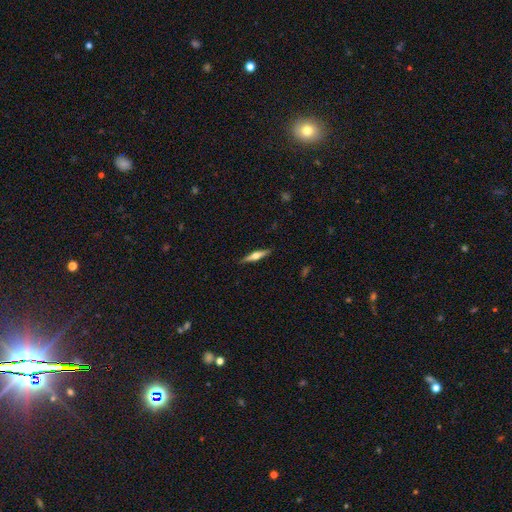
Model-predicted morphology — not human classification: Smooth or featured? featured or disk (62%)
Edge-on disk? yes (96%)
Edge-on bulge? rounded (92%)
Merging? none (89%)